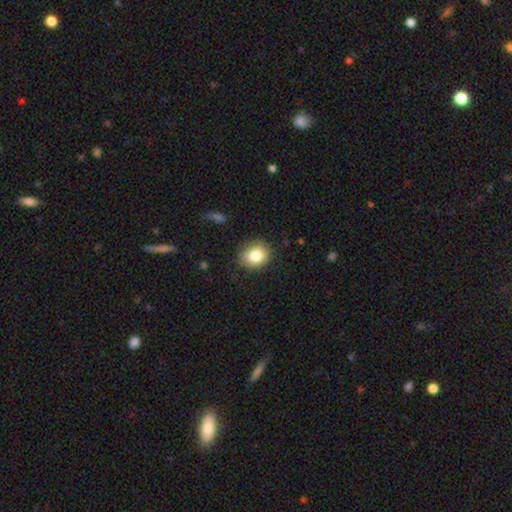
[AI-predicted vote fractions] smooth-or-featured: smooth: 84% | star or artifact: 9% | featured or disk: 7%
  how-rounded: round: 64% | in between: 35% | cigar-shaped: 1%
  merging: none: 85% | minor disturbance: 11% | major disturbance: 3% | merger: 1%